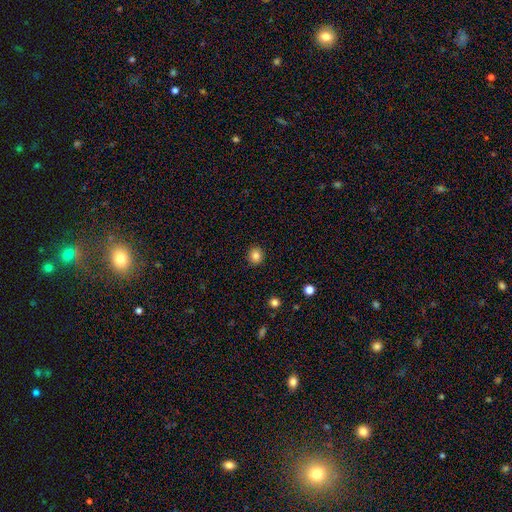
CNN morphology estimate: type=smooth (84%); roundness=round (84%); merging=none (91%).